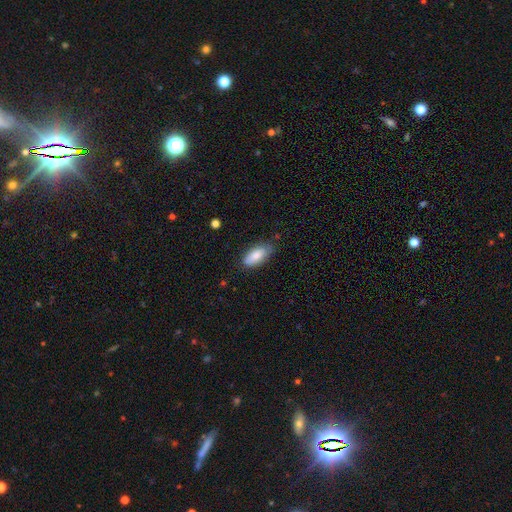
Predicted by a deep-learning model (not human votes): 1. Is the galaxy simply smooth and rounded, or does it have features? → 82% smooth, 12% featured or disk, 6% star or artifact.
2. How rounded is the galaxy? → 89% in between, 9% cigar-shaped, 2% round.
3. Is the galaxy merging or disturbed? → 73% none, 22% minor disturbance, 4% major disturbance, 2% merger.